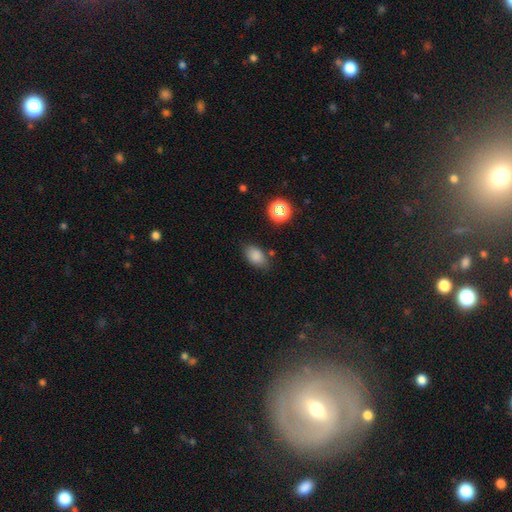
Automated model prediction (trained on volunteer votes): Smooth or featured? smooth (83%)
How rounded? in between (87%)
Merging? none (77%)